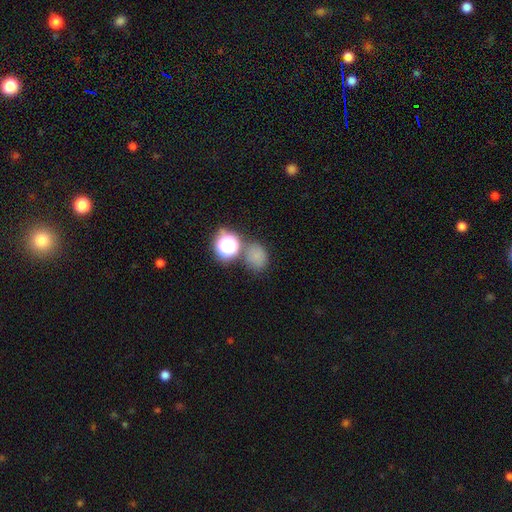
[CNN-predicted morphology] Smooth or featured: smooth — 70% (star or artifact — 22%)
How rounded: round — 64% (in between — 35%)
Merging: none — 64% (merger — 16%)